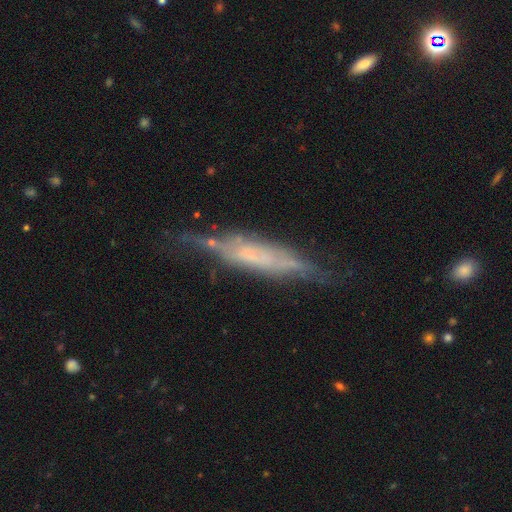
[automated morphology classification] The model was most divided on "merging": none: 50%, minor disturbance: 30%, major disturbance: 16%, merger: 4%. More confident: edge-on disk — yes (69%); smooth or featured — featured or disk (60%).